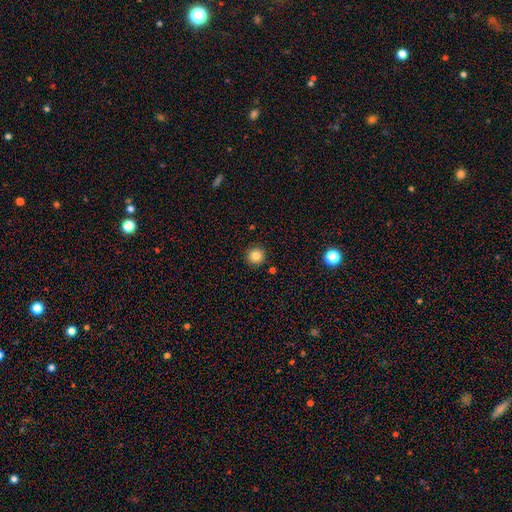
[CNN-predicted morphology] smooth-or-featured: smooth: 83% | star or artifact: 11% | featured or disk: 6%
  how-rounded: round: 95% | in between: 4% | cigar-shaped: 1%
  merging: none: 91% | minor disturbance: 6% | merger: 2% | major disturbance: 2%